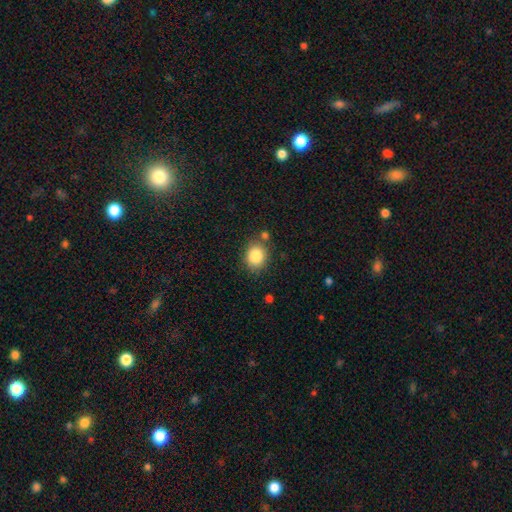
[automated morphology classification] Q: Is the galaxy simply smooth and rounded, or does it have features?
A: smooth — 85%.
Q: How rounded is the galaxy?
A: round — 64%.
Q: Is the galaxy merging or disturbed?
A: none — 77%.